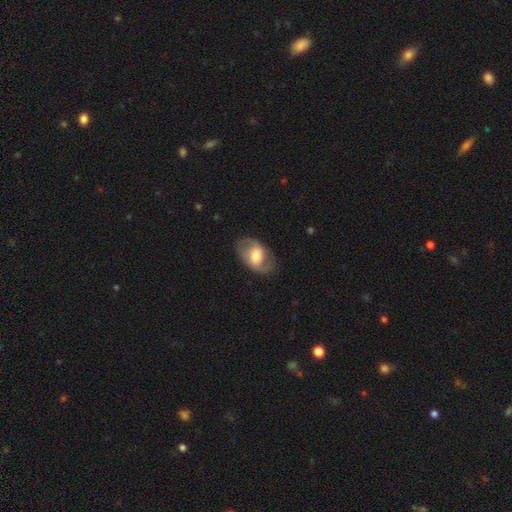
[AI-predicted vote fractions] Morphology: type=featured or disk (56%); edge-on=no (94%); bar=weak (40%); spiral arms=yes (73%); bulge=moderate (48%); merging=none (73%).